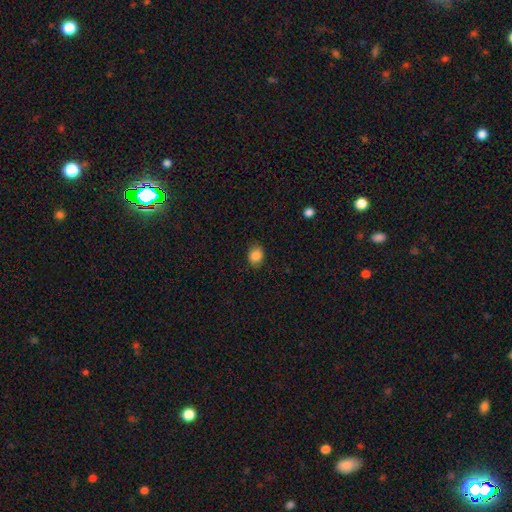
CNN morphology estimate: Smooth or featured? smooth (86%)
How rounded? in between (50%)
Merging? none (82%)